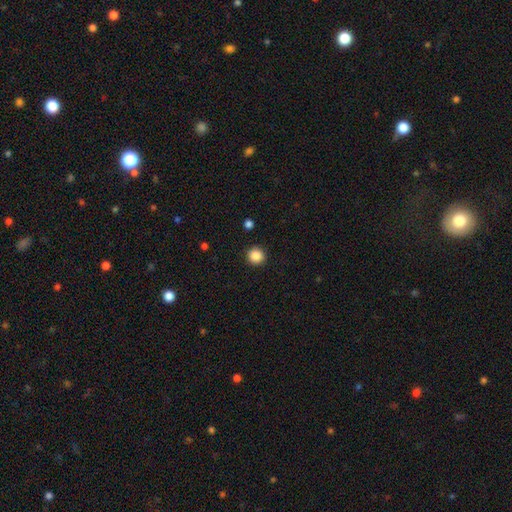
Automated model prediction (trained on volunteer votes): A smooth galaxy with no disk features (87%) that is round (95%). Merging: none (92%).